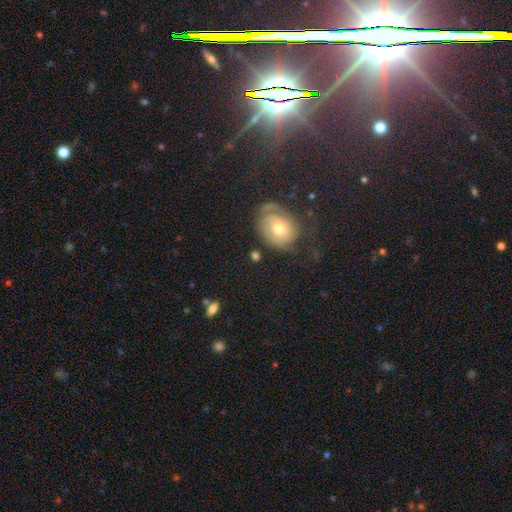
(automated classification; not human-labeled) A featured or disk galaxy (40%). Merging: none (68%).